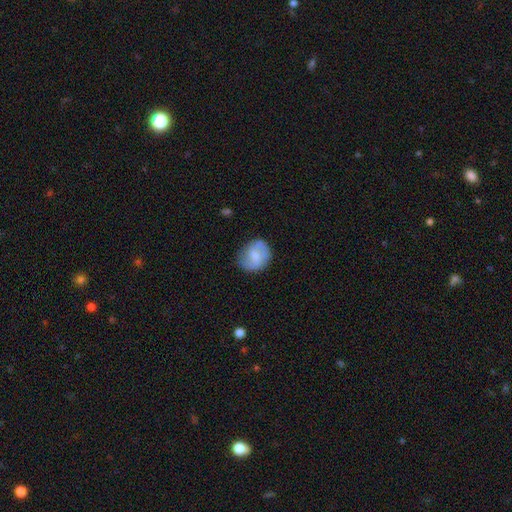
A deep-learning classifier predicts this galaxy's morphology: This appears to be a smooth galaxy with no disk features (58%) that is round (68%). Merging: none (67%).